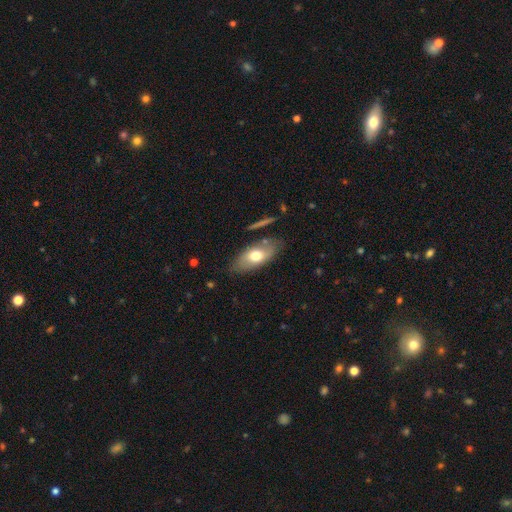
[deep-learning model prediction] A smooth galaxy with no disk features (64%) that is in between round and cigar-shaped (87%). Merging: none (76%).